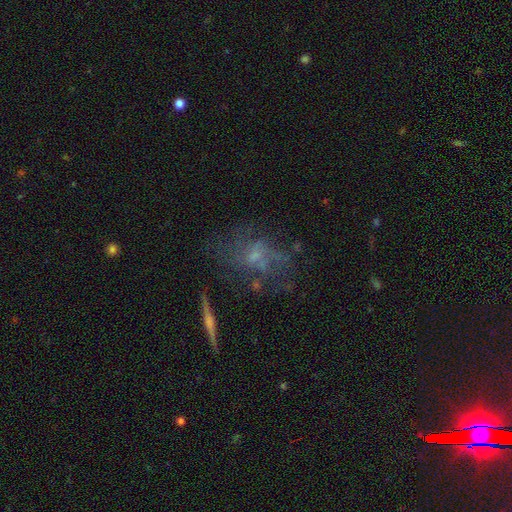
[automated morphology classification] A featured or disk galaxy (55%). Merging: none (55%).